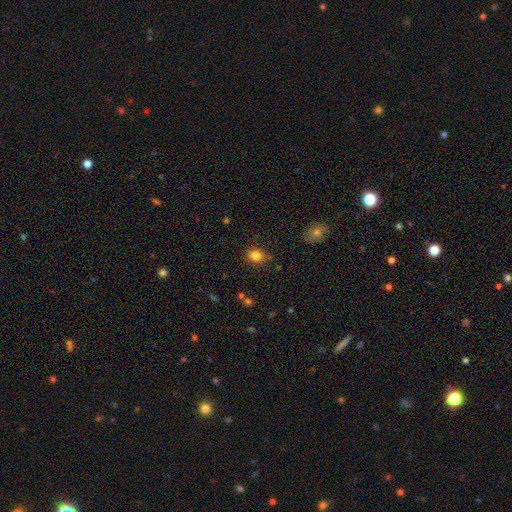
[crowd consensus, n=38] Smooth or featured? 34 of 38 (89%) said smooth. How rounded? 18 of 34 (53%) said round. Merging? 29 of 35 (83%) said none.